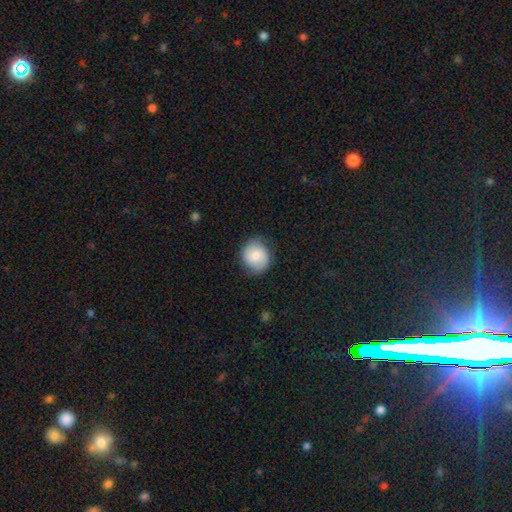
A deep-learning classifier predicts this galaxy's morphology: This is likely a smooth galaxy (74%). How rounded: likely round (79%). Merging: likely none (78%).